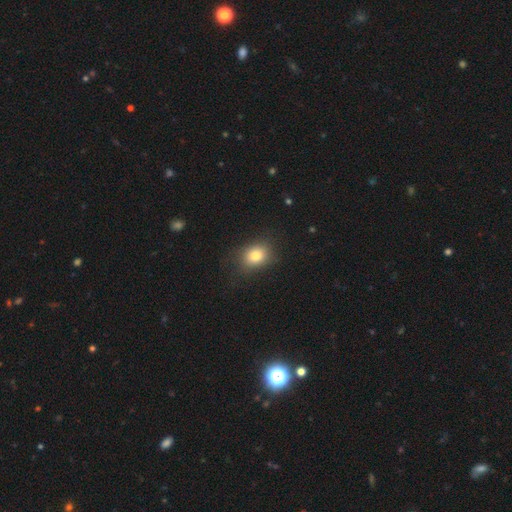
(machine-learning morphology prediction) Smooth or featured: smooth — 79% (star or artifact — 12%)
How rounded: in between — 54% (round — 45%)
Merging: none — 82% (minor disturbance — 13%)